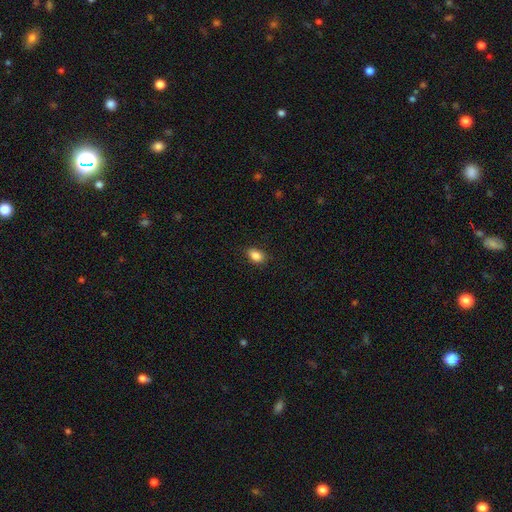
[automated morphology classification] This appears to be a smooth galaxy with no disk features (85%) that is in between round and cigar-shaped (80%). Merging: none (84%).